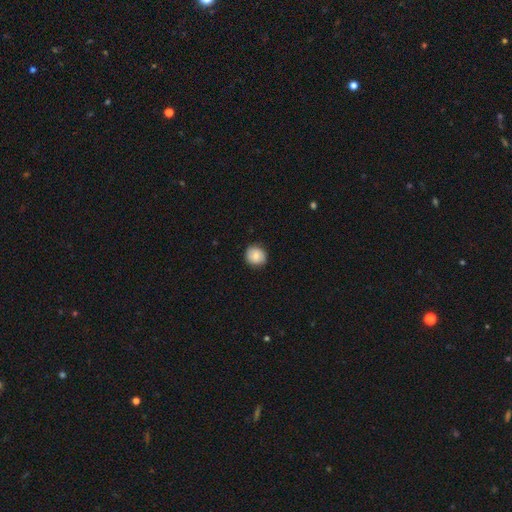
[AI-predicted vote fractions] This is likely a smooth galaxy (78%). How rounded: clearly round (88%). Merging: clearly none (87%).